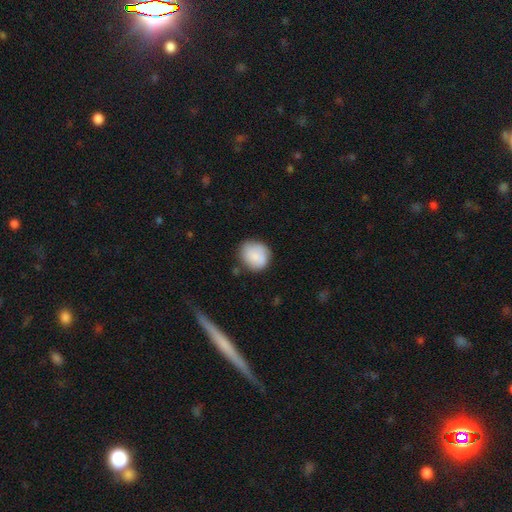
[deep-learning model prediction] Smooth or featured? smooth (82%)
How rounded? round (72%)
Merging? none (70%)